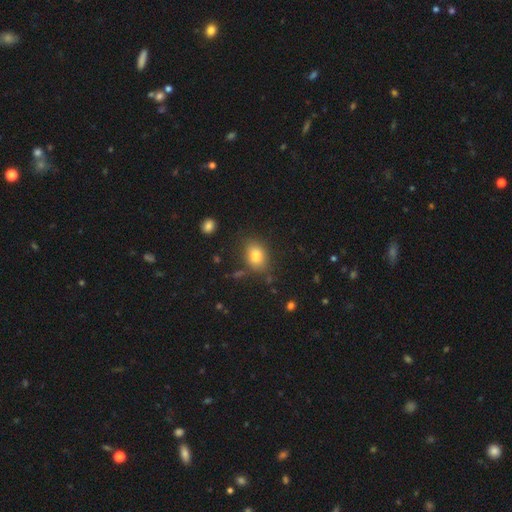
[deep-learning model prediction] A smooth galaxy with no disk features (82%) that is in between round and cigar-shaped (71%). Merging: none (77%).